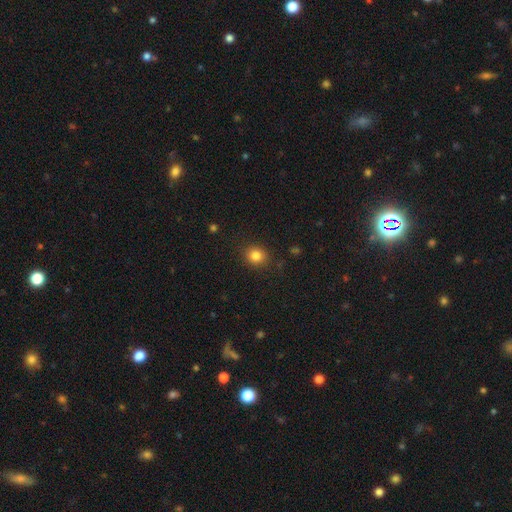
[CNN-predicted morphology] smooth-or-featured: smooth: 83% | star or artifact: 12% | featured or disk: 5%
  how-rounded: round: 78% | in between: 21% | cigar-shaped: 1%
  merging: none: 87% | minor disturbance: 9% | major disturbance: 3% | merger: 1%